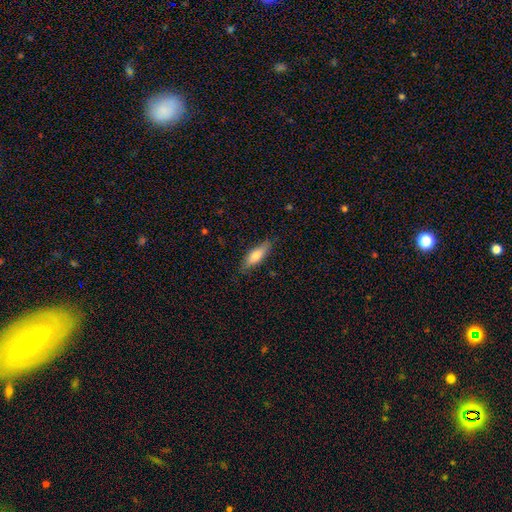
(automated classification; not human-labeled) This appears to be a smooth galaxy with no disk features (73%) that is in between round and cigar-shaped (54%). Merging: none (80%).